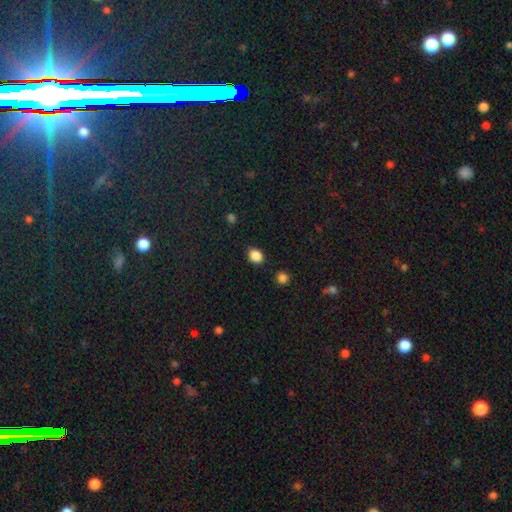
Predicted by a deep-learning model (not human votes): A smooth galaxy with no disk features (87%) that is in between round and cigar-shaped (62%). Merging: none (85%).